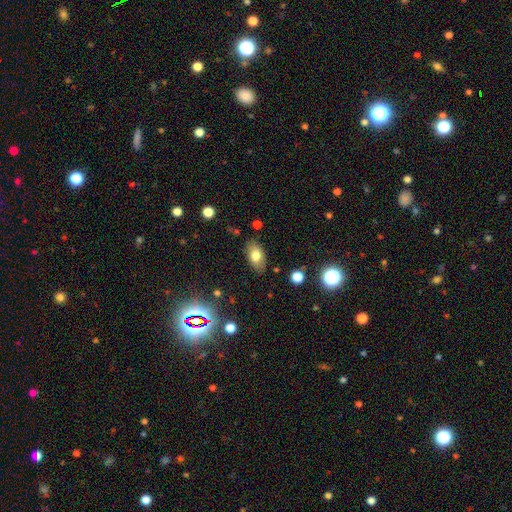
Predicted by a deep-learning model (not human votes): Smooth or featured?
  - smooth: 75% *
  - featured or disk: 16%
  - star or artifact: 9%
How rounded?
  - in between: 91% *
  - round: 6%
  - cigar-shaped: 3%
Merging?
  - none: 83% *
  - minor disturbance: 12%
  - major disturbance: 3%
  - merger: 2%